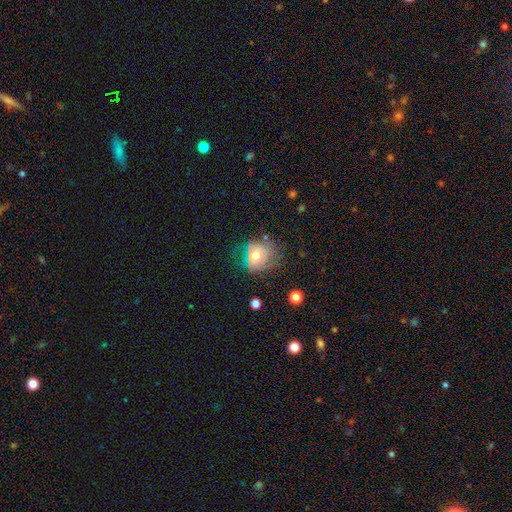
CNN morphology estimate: This is possibly a smooth galaxy (50%). How rounded: likely round (70%). Merging: possibly none (52%).